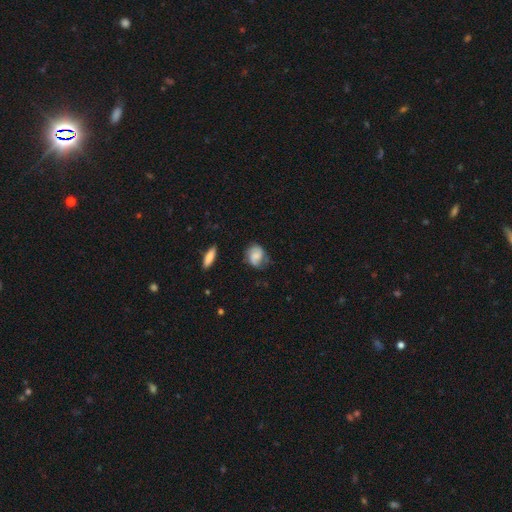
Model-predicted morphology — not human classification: Smooth or featured? Predicted: smooth (p=0.48). Merging? Predicted: none (p=0.60).